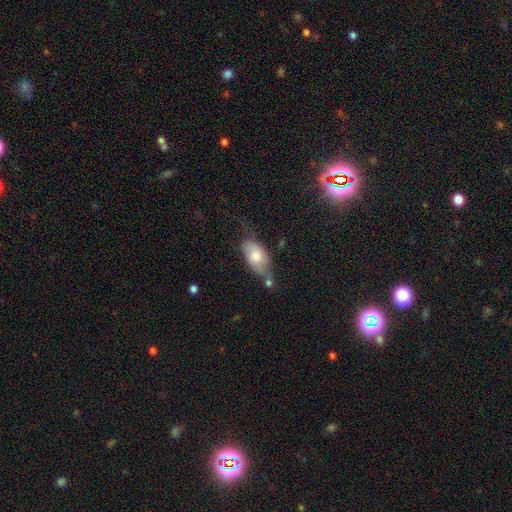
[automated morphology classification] This appears to be a smooth galaxy with no disk features (69%) that is in between round and cigar-shaped (89%). Merging: none (33%).